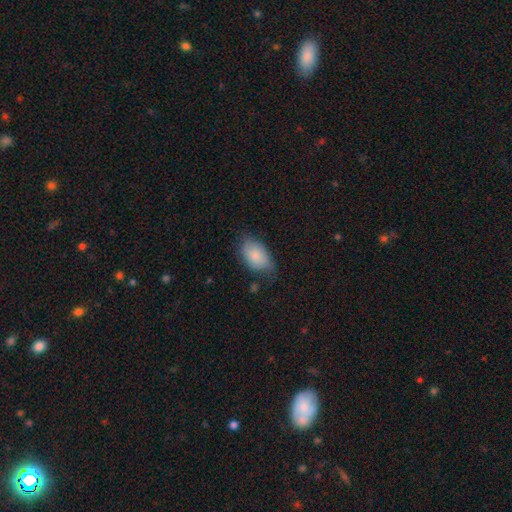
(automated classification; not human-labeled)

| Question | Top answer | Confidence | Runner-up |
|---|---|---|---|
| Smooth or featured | smooth | 83% | featured or disk (11%) |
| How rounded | in between | 92% | round (6%) |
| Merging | none | 63% | minor disturbance (29%) |